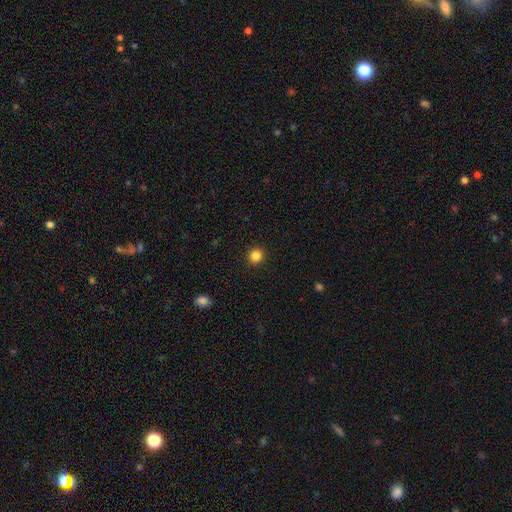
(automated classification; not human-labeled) smooth-or-featured: smooth: 85% | star or artifact: 12% | featured or disk: 4%
  how-rounded: round: 94% | in between: 5% | cigar-shaped: 1%
  merging: none: 93% | minor disturbance: 5% | major disturbance: 2% | merger: 1%